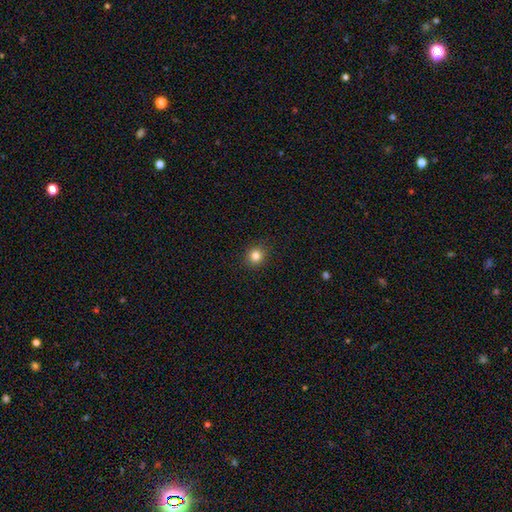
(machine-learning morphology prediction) This is clearly a smooth galaxy (83%). How rounded: clearly round (86%). Merging: clearly none (91%).